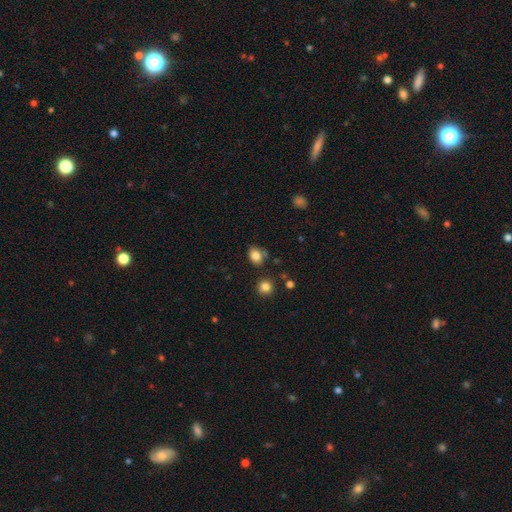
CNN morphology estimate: This is clearly a smooth galaxy (83%). How rounded: likely in between (60%). Merging: likely none (71%).